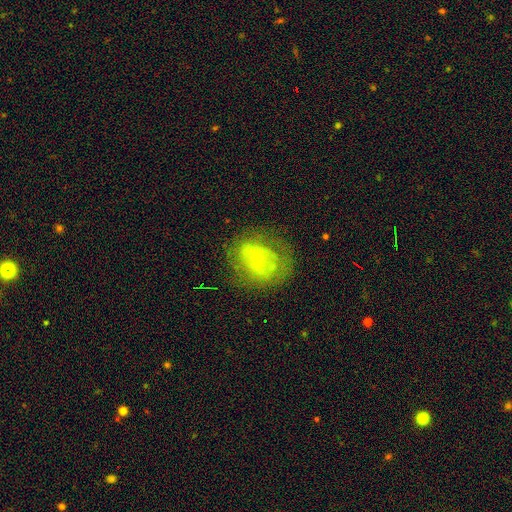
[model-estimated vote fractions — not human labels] Smooth or featured: featured or disk — 46% (smooth — 39%)
Merging: none — 66% (minor disturbance — 19%)